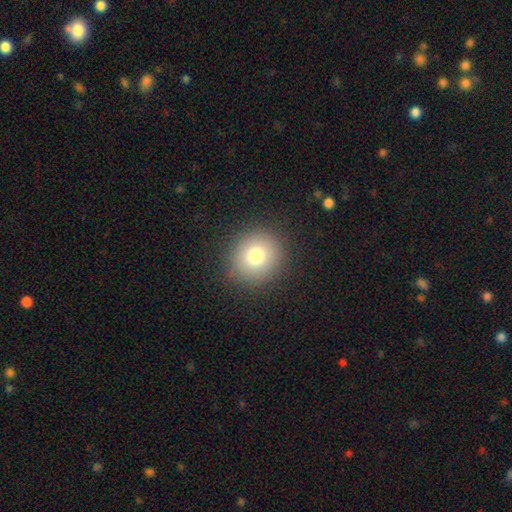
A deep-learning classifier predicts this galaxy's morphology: smooth_or_featured: smooth (p=0.77) [alt: star or artifact p=0.13]
how_rounded: round (p=0.91) [alt: in between p=0.08]
merging: none (p=0.88) [alt: minor disturbance p=0.07]